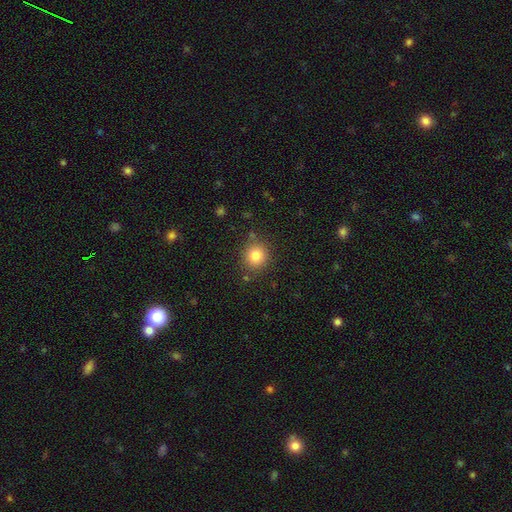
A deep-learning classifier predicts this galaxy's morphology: Smooth or featured?
  - smooth: 82% *
  - star or artifact: 12%
  - featured or disk: 7%
How rounded?
  - round: 87% *
  - in between: 12%
  - cigar-shaped: 1%
Merging?
  - none: 84% *
  - minor disturbance: 10%
  - major disturbance: 3%
  - merger: 3%